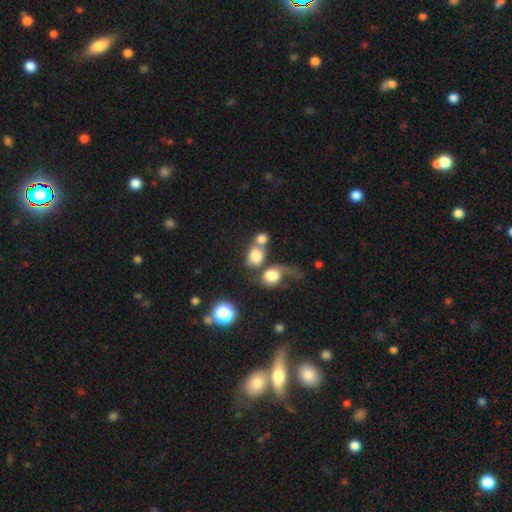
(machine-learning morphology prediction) The model was most divided on "how rounded": round: 52%, in between: 47%, cigar-shaped: 2%. More confident: smooth or featured — smooth (74%); merging — merger (57%).